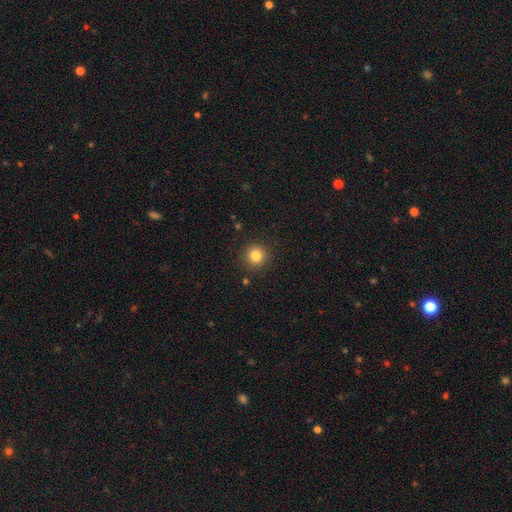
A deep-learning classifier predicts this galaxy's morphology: A smooth galaxy with no disk features (82%) that is round (94%). Merging: none (90%).